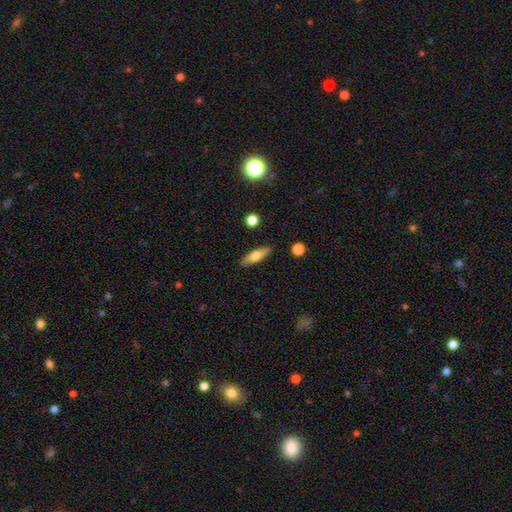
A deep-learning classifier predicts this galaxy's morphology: A smooth galaxy with no disk features (61%) that is cigar-shaped (57%).

Vote fractions:
- Smooth or featured? smooth: 61% / featured or disk: 33% / star or artifact: 7%
- How rounded? cigar-shaped: 57% / in between: 40% / round: 3%
- Merging? none: 87% / minor disturbance: 9% / major disturbance: 2% / merger: 2%